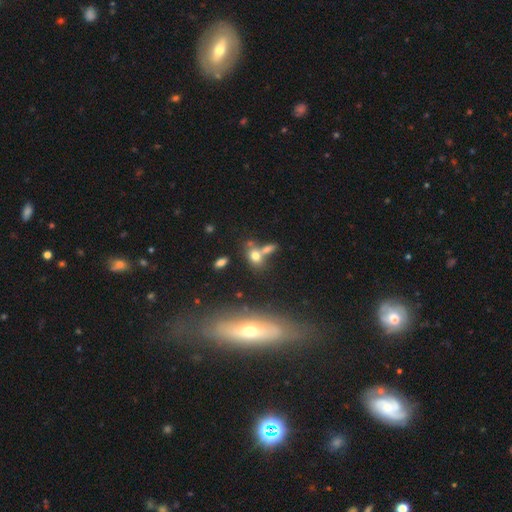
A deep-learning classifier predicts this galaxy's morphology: Smooth or featured?
  - smooth: 69% *
  - featured or disk: 16%
  - star or artifact: 15%
How rounded?
  - in between: 68% *
  - round: 27%
  - cigar-shaped: 5%
Merging?
  - merger: 42% *
  - none: 41%
  - minor disturbance: 11%
  - major disturbance: 5%